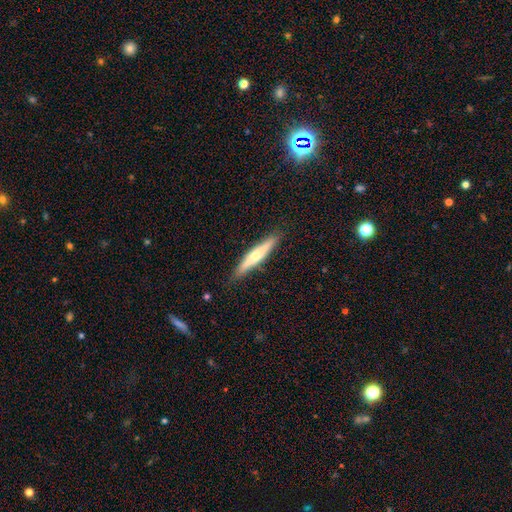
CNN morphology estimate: Smooth or featured?
  - featured or disk: 49% *
  - smooth: 46%
  - star or artifact: 6%
Merging?
  - none: 87% *
  - minor disturbance: 10%
  - major disturbance: 2%
  - merger: 1%